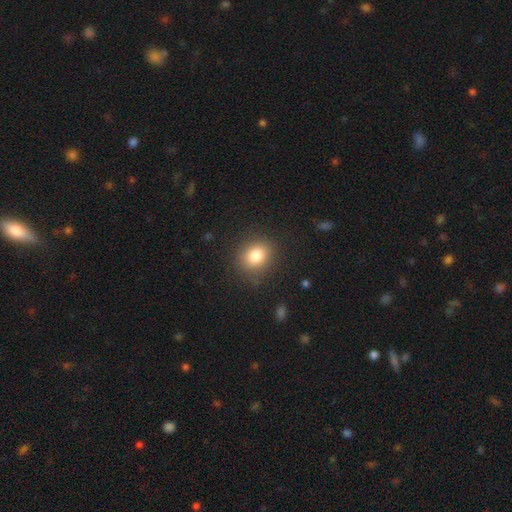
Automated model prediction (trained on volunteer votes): A smooth galaxy with no disk features (83%) that is round (64%). Merging: none (85%).